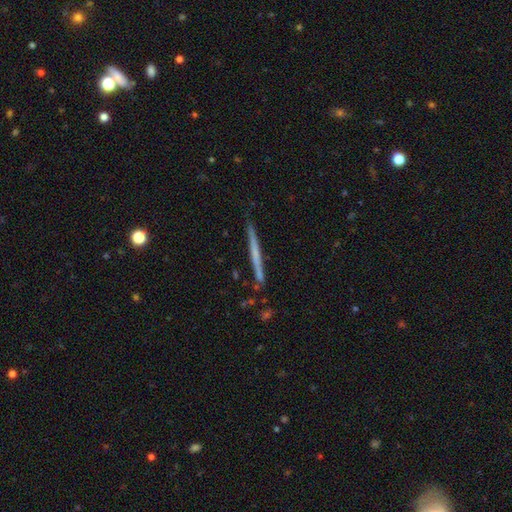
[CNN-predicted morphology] Smooth or featured?
  - featured or disk: 52% *
  - smooth: 42%
  - star or artifact: 6%
Edge-on disk?
  - yes: 97% *
  - no: 3%
Edge-on bulge?
  - none: 86% *
  - rounded: 10%
  - boxy: 4%
Merging?
  - none: 88% *
  - minor disturbance: 8%
  - merger: 2%
  - major disturbance: 2%